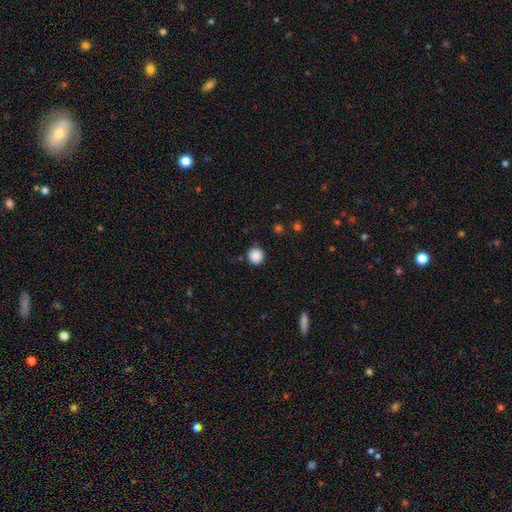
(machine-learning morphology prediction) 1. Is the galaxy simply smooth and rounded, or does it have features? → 88% smooth, 10% star or artifact, 3% featured or disk.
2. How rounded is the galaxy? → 93% round, 6% in between, 1% cigar-shaped.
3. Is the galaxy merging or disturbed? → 87% none, 8% minor disturbance, 2% major disturbance, 2% merger.